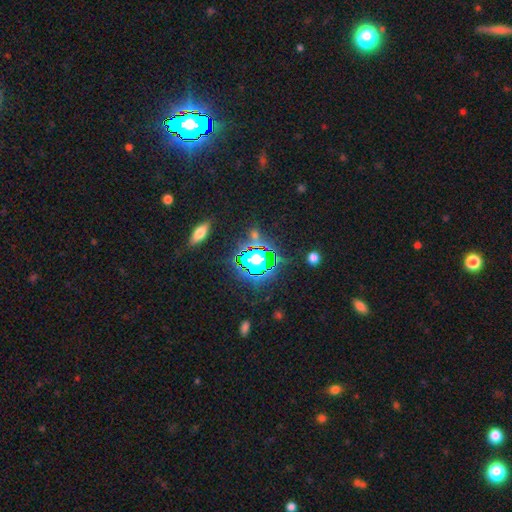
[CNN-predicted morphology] Smooth or featured? Predicted: star or artifact (p=0.81).